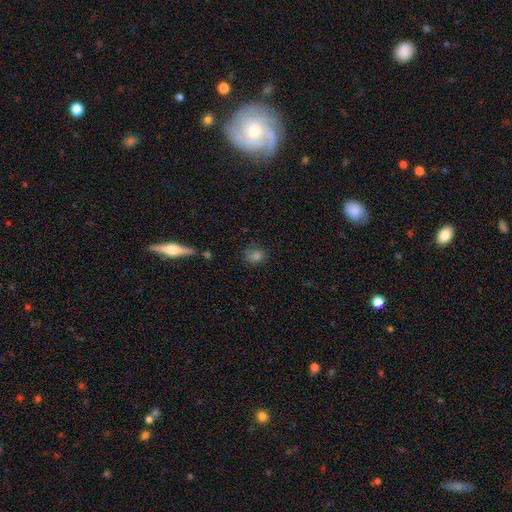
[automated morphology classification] This appears to be a smooth galaxy with no disk features (67%) that is round (66%). Merging: none (67%).